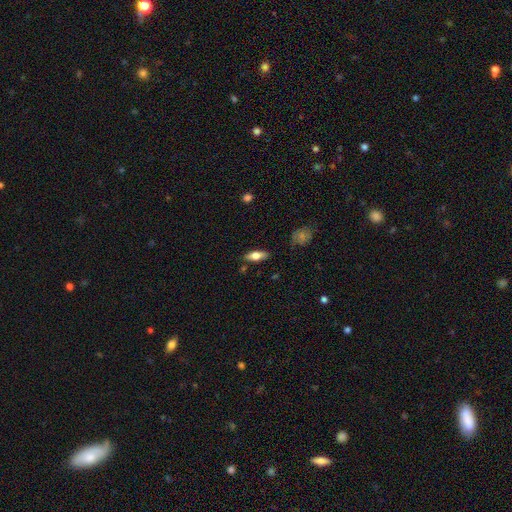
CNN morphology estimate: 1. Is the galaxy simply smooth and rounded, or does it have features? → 60% smooth, 33% featured or disk, 7% star or artifact.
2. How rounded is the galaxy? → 68% in between, 29% cigar-shaped, 3% round.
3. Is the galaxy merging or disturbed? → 83% none, 12% minor disturbance, 3% major disturbance, 2% merger.